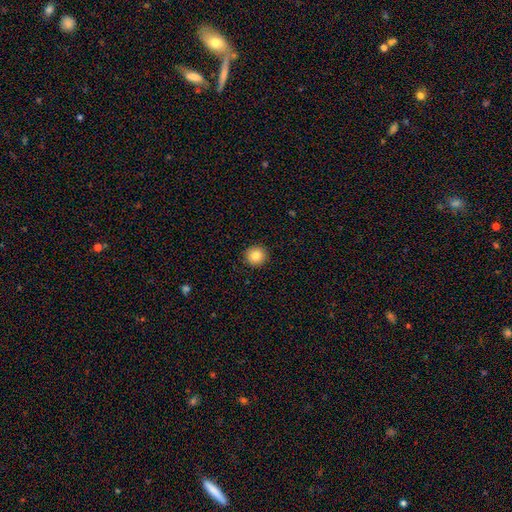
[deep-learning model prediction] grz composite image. It shows a smooth galaxy with no disk features (84%) that is round (93%). Merging: none (92%).